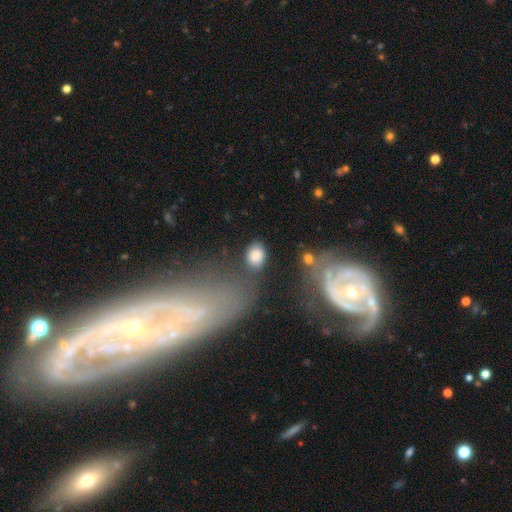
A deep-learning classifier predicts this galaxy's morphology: A smooth galaxy with no disk features (84%) that is in between round and cigar-shaped (68%).

Vote fractions:
- Smooth or featured? smooth: 84% / star or artifact: 8% / featured or disk: 8%
- How rounded? in between: 68% / round: 30% / cigar-shaped: 2%
- Merging? none: 68% / minor disturbance: 16% / merger: 9% / major disturbance: 7%